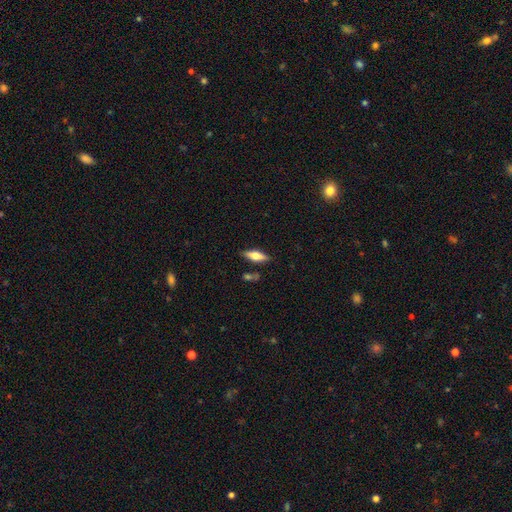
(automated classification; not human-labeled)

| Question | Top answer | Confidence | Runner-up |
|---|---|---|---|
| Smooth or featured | smooth | 50% | featured or disk (43%) |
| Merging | none | 80% | minor disturbance (12%) |